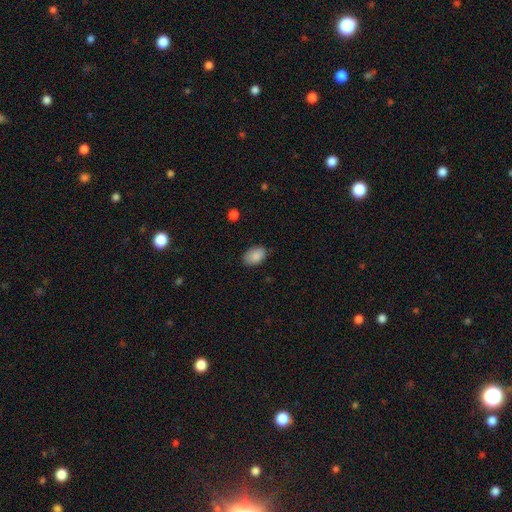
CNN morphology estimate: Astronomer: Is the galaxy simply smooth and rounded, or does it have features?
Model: smooth — 88%.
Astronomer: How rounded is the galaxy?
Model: in between — 90%.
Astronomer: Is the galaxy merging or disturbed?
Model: none — 79%.